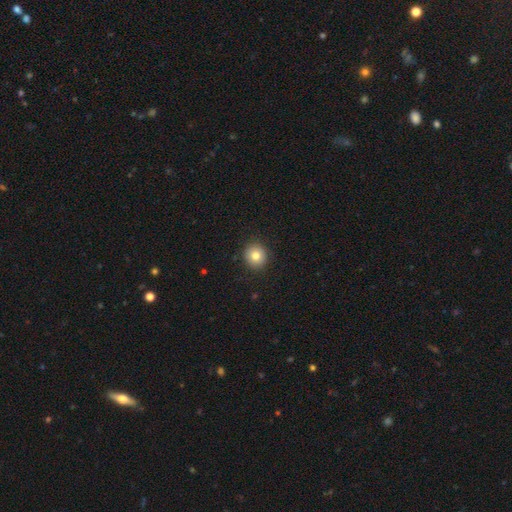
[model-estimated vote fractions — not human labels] This appears to be a smooth galaxy with no disk features (80%) that is round (92%). Merging: none (91%).